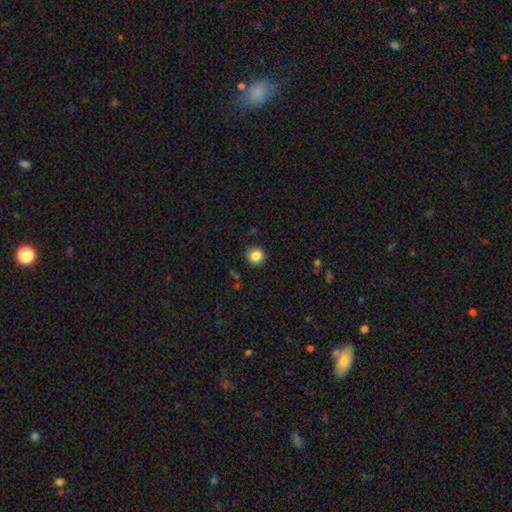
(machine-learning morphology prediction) type=smooth (85%); roundness=round (93%); merging=none (91%).